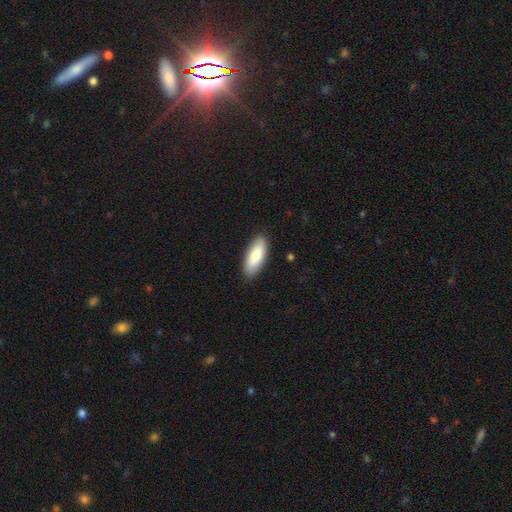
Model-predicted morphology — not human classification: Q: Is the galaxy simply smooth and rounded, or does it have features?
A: smooth — 80%.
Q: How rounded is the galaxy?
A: in between — 72%.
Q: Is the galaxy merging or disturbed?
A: none — 87%.